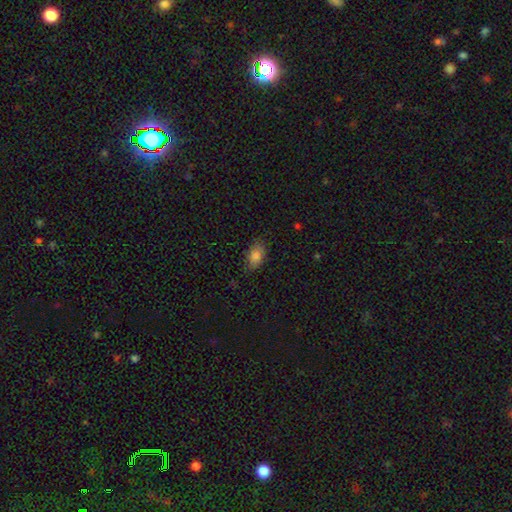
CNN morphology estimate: This appears to be a smooth galaxy with no disk features (83%) that is in between round and cigar-shaped (89%). Merging: none (79%).